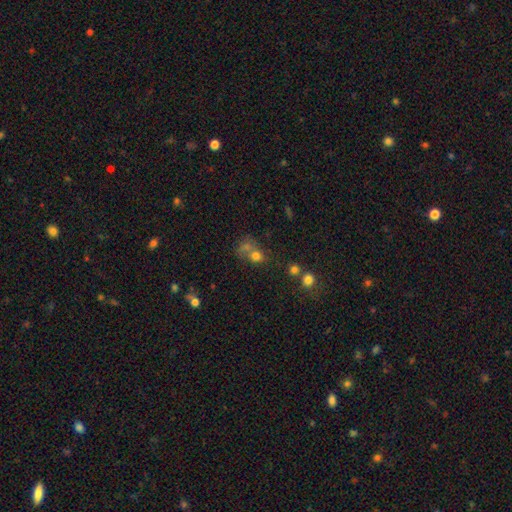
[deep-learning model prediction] Smooth or featured: smooth — 69% (star or artifact — 17%)
How rounded: round — 62% (in between — 37%)
Merging: merger — 46% (none — 32%)